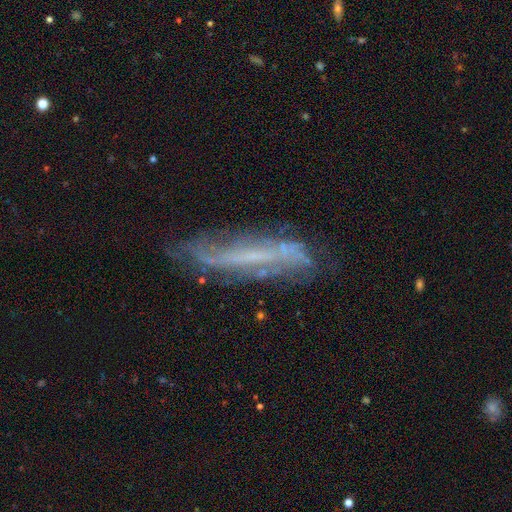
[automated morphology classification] This is likely a featured or disk galaxy (68%). It is possibly not viewed edge-on (54%). Merging: likely none (63%).